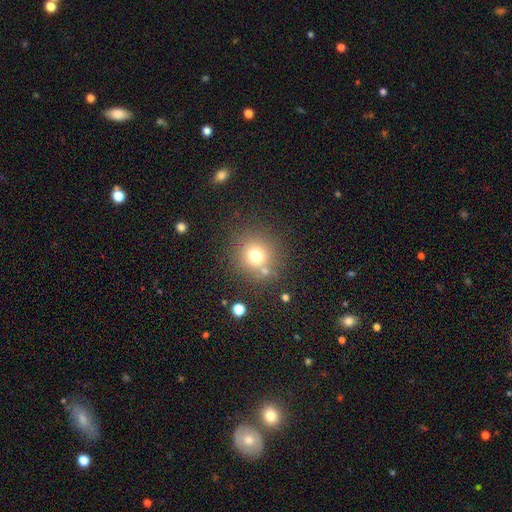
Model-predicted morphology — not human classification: Overall: smooth (72%). How rounded: round (90%). Merging: none (77%).